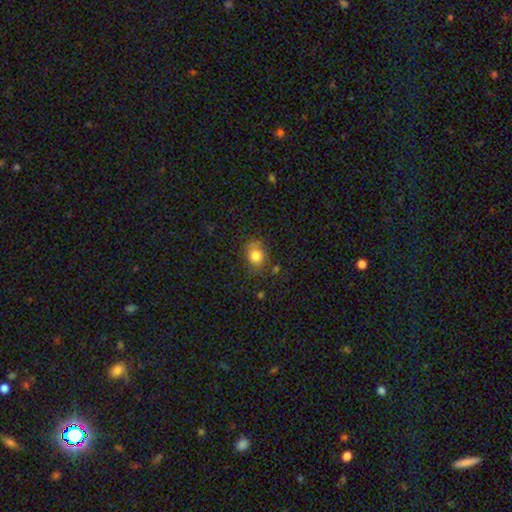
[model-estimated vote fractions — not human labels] This is clearly a smooth galaxy (80%). How rounded: possibly round (57%). Merging: likely none (68%).